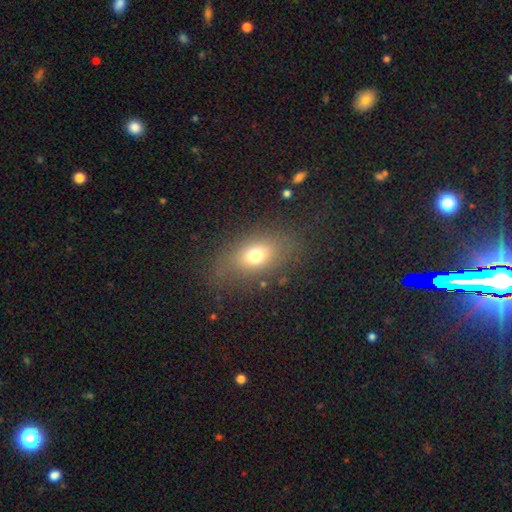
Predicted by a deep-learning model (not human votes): Morphology: type=smooth (70%); roundness=in between (75%); merging=none (76%).